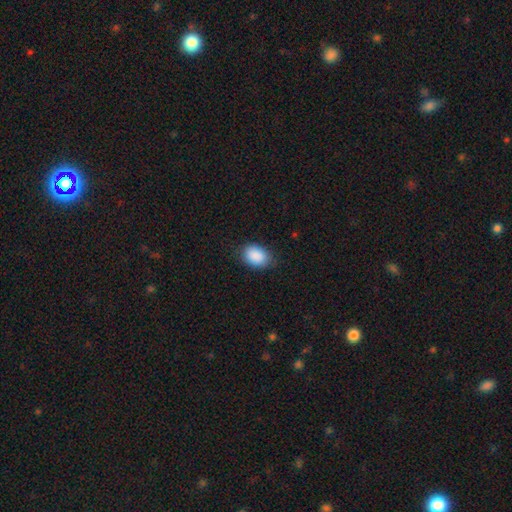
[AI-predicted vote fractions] A smooth galaxy with no disk features (90%) that is in between round and cigar-shaped (81%).

Vote fractions:
- Smooth or featured? smooth: 90% / star or artifact: 7% / featured or disk: 3%
- How rounded? in between: 81% / round: 18% / cigar-shaped: 1%
- Merging? none: 82% / minor disturbance: 15% / major disturbance: 3% / merger: 1%